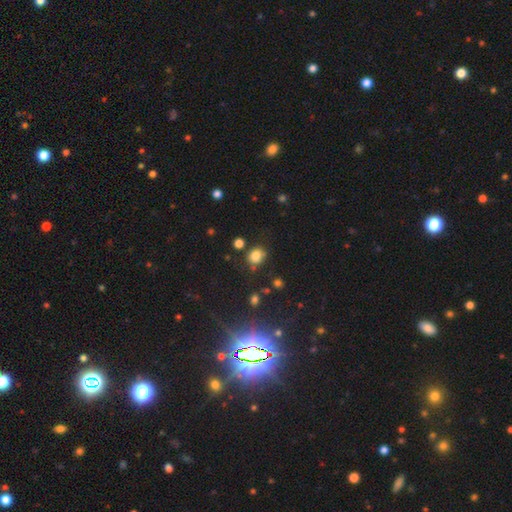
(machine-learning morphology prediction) type=smooth (78%); roundness=round (64%); merging=none (67%).